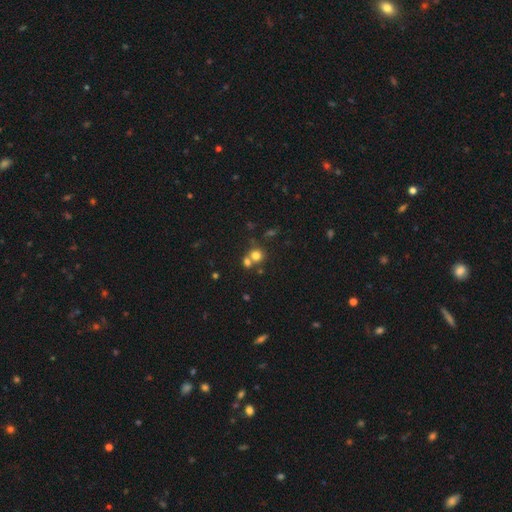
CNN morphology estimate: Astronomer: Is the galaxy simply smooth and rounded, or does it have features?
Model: smooth — 73%.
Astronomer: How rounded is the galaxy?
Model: round — 87%.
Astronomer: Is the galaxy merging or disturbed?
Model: none — 50% (runner-up: merger, 39%).